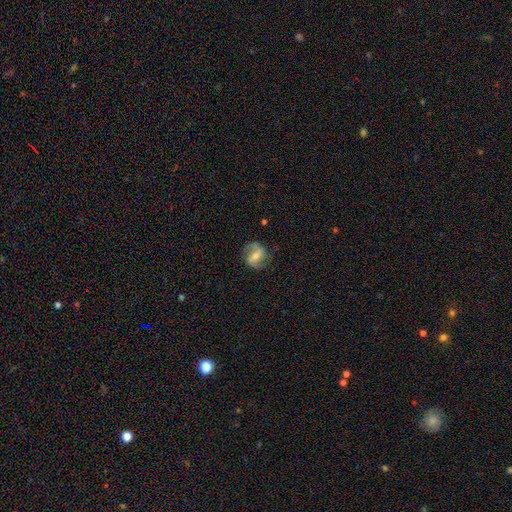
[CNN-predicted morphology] type=featured or disk (70%); edge-on=no (97%); bar=weak (45%); spiral arms=yes (92%); winding=loose (45%); arm count=2 (87%); bulge=small (46%); merging=none (77%).